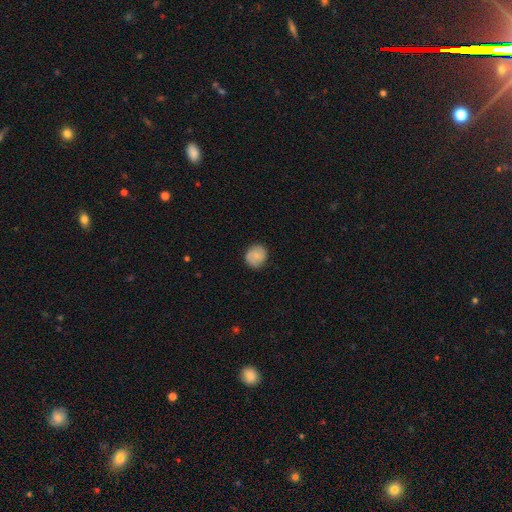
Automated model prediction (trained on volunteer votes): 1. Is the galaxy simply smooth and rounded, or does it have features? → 70% smooth, 23% featured or disk, 8% star or artifact.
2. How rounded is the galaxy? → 85% round, 14% in between, 1% cigar-shaped.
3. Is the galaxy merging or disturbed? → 82% none, 14% minor disturbance, 3% major disturbance, 1% merger.